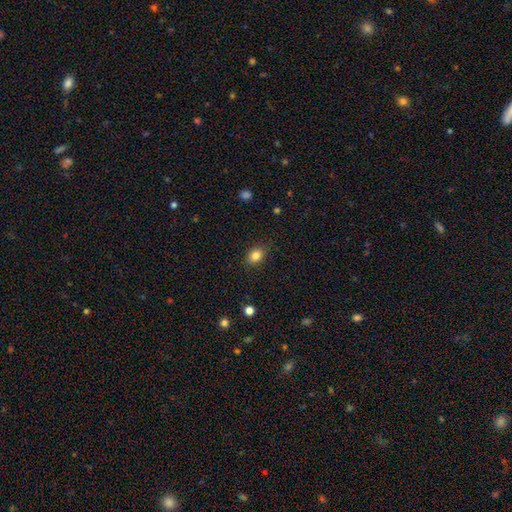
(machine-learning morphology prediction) A smooth galaxy with no disk features (83%) that is in between round and cigar-shaped (67%).

Vote fractions:
- Smooth or featured? smooth: 83% / star or artifact: 10% / featured or disk: 7%
- How rounded? in between: 67% / round: 31% / cigar-shaped: 1%
- Merging? none: 86% / minor disturbance: 11% / major disturbance: 2% / merger: 1%